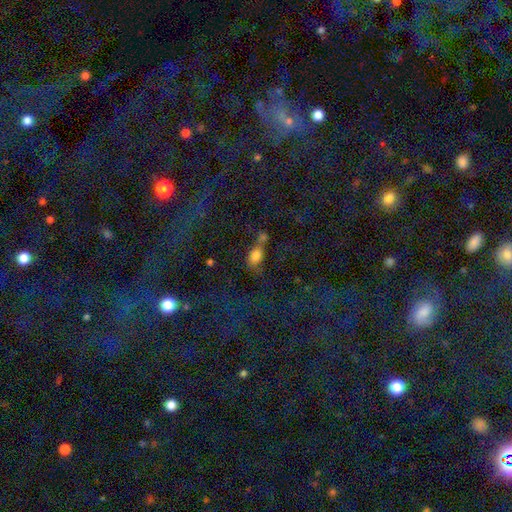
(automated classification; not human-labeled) Smooth or featured?
  - smooth: 72% *
  - star or artifact: 15%
  - featured or disk: 13%
How rounded?
  - in between: 69% *
  - round: 23%
  - cigar-shaped: 8%
Merging?
  - merger: 41% *
  - none: 30%
  - minor disturbance: 15%
  - major disturbance: 14%